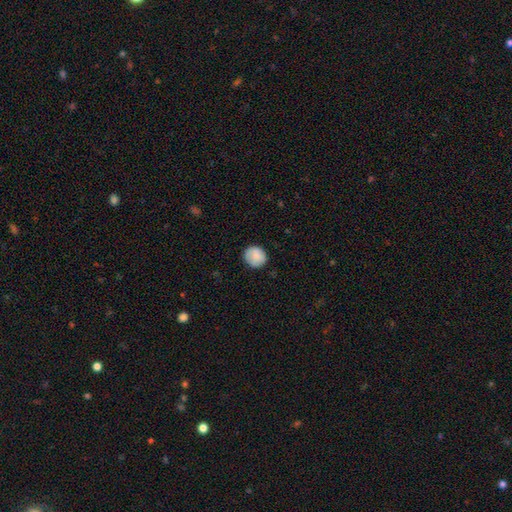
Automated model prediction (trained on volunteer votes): Smooth or featured? smooth (84%)
How rounded? round (84%)
Merging? none (79%)